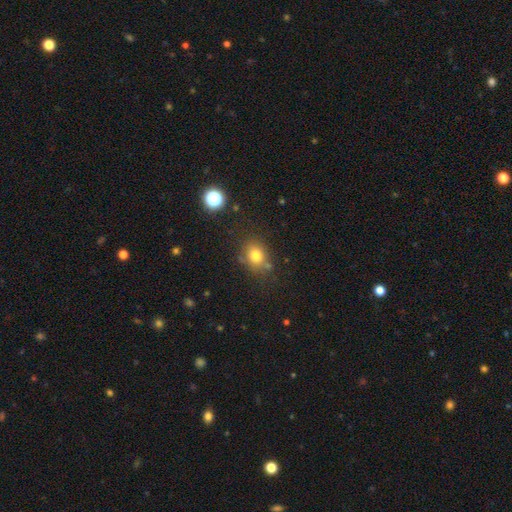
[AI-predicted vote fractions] smooth_or_featured: smooth (p=0.78) [alt: star or artifact p=0.13]
how_rounded: round (p=0.53) [alt: in between p=0.46]
merging: none (p=0.72) [alt: minor disturbance p=0.16]